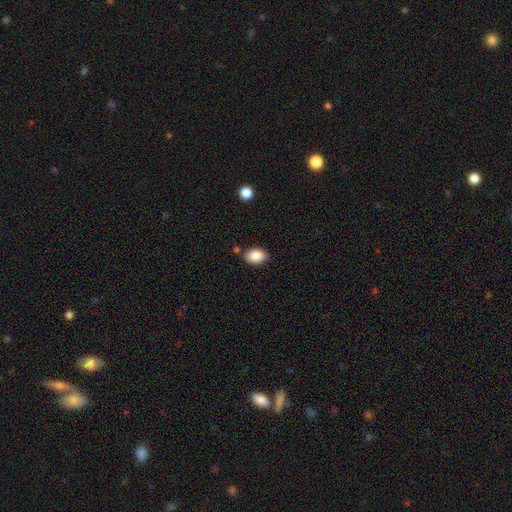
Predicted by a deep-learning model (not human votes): Overall: smooth (88%). How rounded: in between (85%). Merging: none (80%).